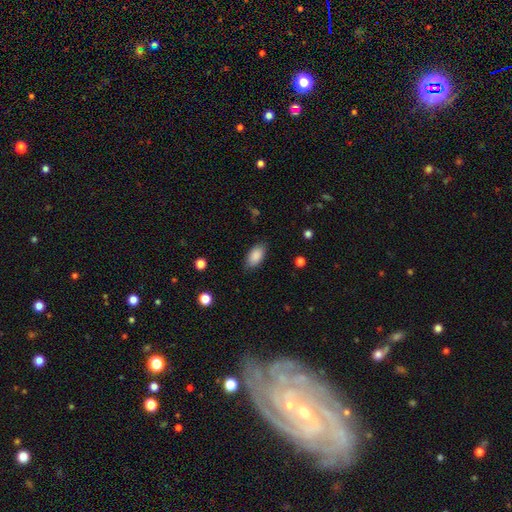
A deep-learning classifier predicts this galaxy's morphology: type=smooth (88%); roundness=in between (93%); merging=none (85%).